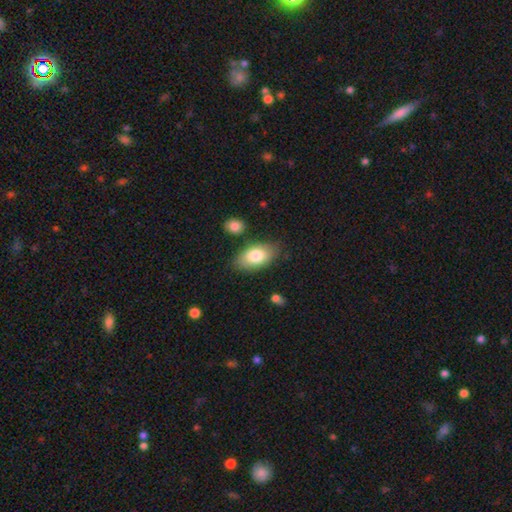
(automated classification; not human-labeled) Morphology: type=smooth (81%); roundness=in between (94%); merging=none (79%).